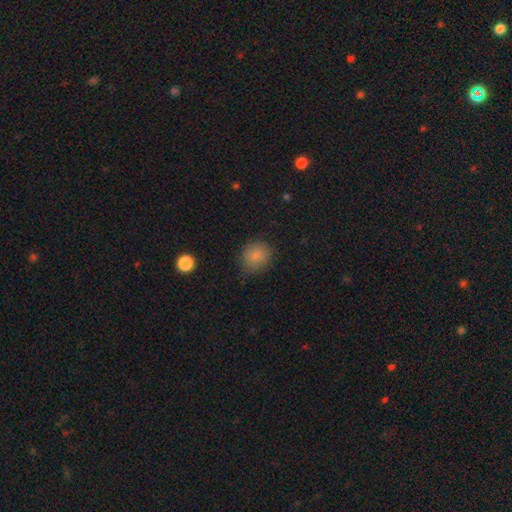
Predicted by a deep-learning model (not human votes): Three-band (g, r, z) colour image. It shows a smooth galaxy with no disk features (85%) that is round (74%). Merging: none (81%).